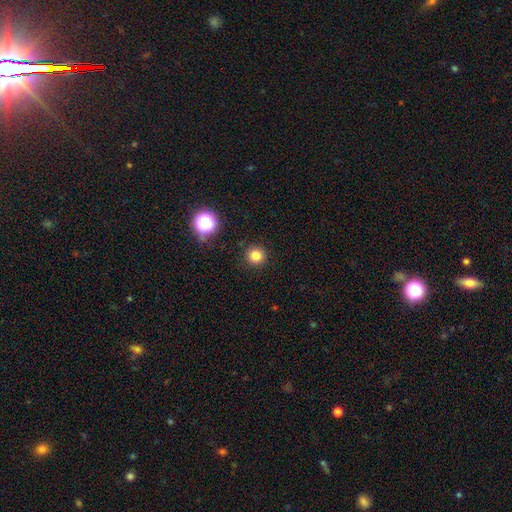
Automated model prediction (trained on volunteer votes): Morphology: type=smooth (81%); roundness=round (95%); merging=none (91%).